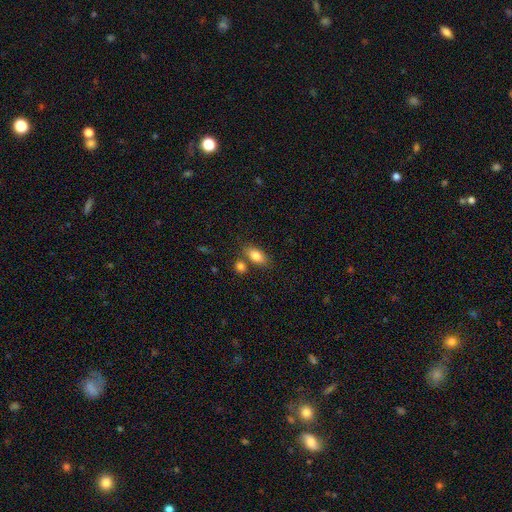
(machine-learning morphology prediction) smooth_or_featured: smooth (p=0.83) [alt: featured or disk p=0.09]
how_rounded: in between (p=0.87) [alt: round p=0.08]
merging: none (p=0.66) [alt: merger p=0.18]